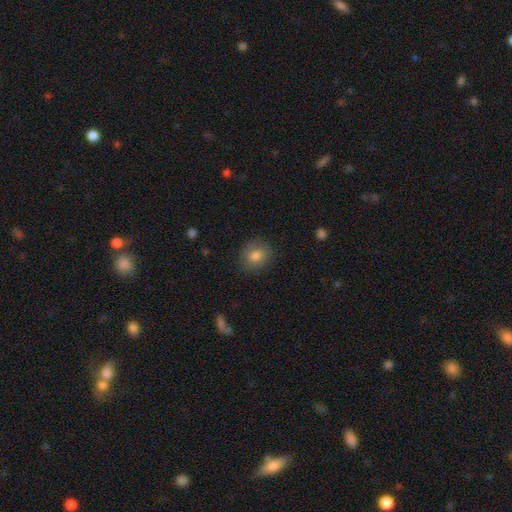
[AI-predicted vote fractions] Smooth or featured: smooth — 79% (featured or disk — 11%)
How rounded: round — 73% (in between — 26%)
Merging: none — 83% (minor disturbance — 12%)